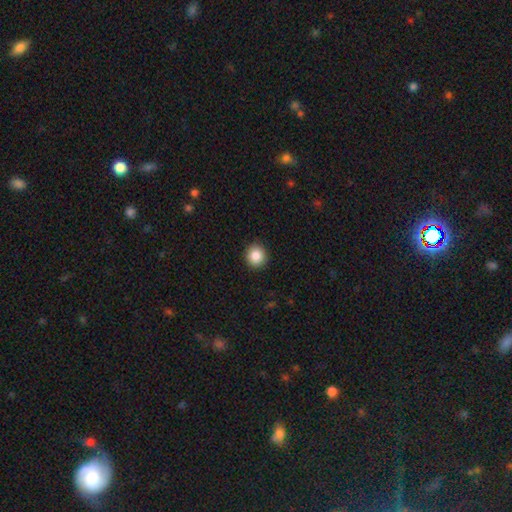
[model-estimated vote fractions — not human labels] Smooth or featured? Predicted: smooth (p=0.86). How rounded? Predicted: round (p=0.91). Merging? Predicted: none (p=0.92).